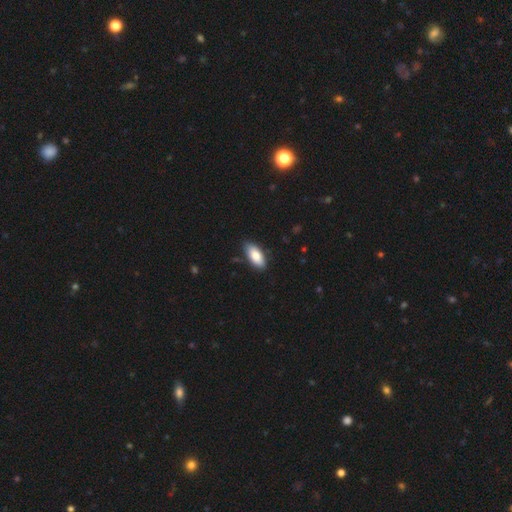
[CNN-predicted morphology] This is clearly a smooth galaxy (82%). How rounded: clearly in between (88%). Merging: clearly none (85%).